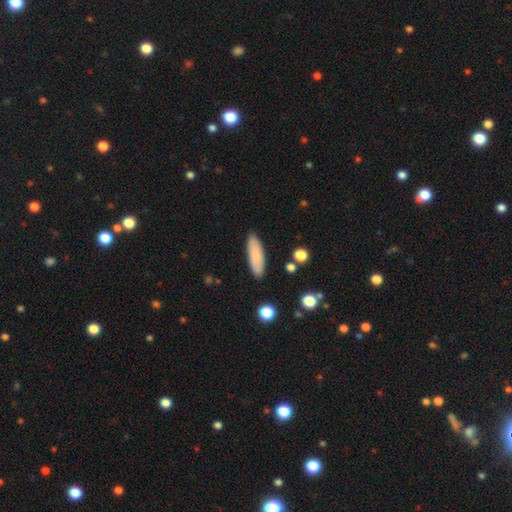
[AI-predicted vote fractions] This appears to be a smooth galaxy with no disk features (84%) that is in between round and cigar-shaped (53%). Merging: none (88%).